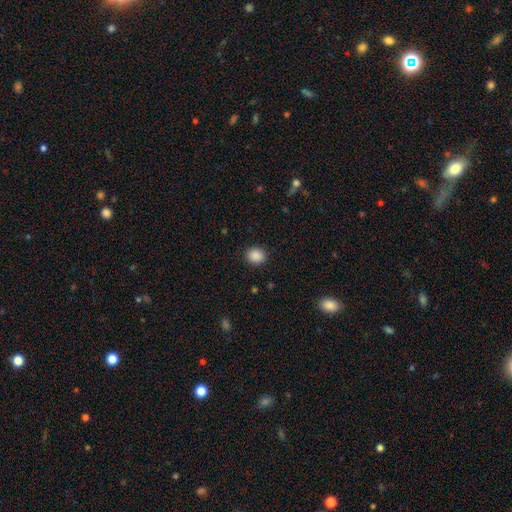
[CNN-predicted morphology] The model was most divided on "how rounded": round: 76%, in between: 23%, cigar-shaped: 1%. More confident: merging — none (90%); smooth or featured — smooth (88%).